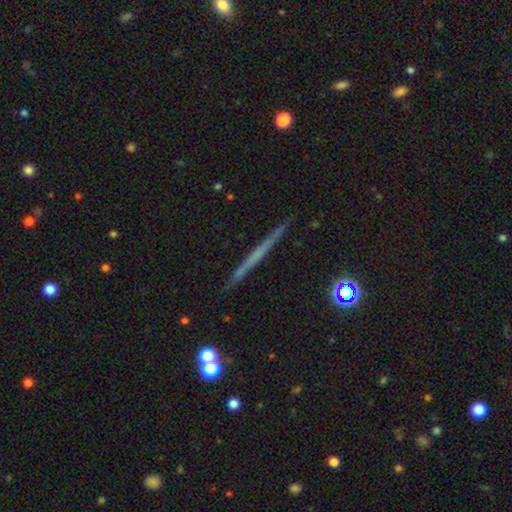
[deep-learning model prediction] Smooth or featured? Predicted: featured or disk (p=0.57). Edge-on disk? Predicted: yes (p=0.98). Edge-on bulge? Predicted: none (p=0.90). Merging? Predicted: none (p=0.92).